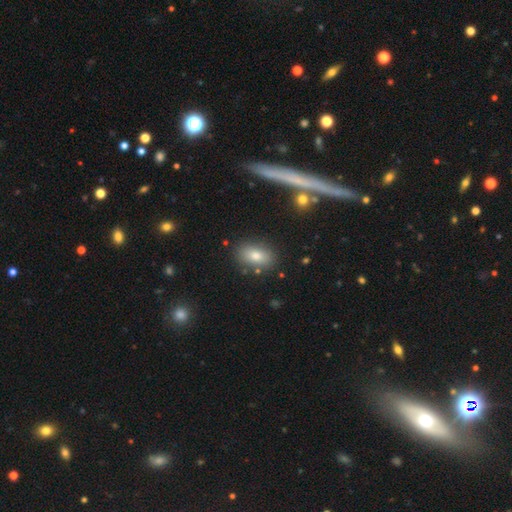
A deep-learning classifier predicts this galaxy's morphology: smooth 76%, featured or disk 14%, star or artifact 10%. Down the decision tree: how rounded — in between (83%); merging — none (83%).